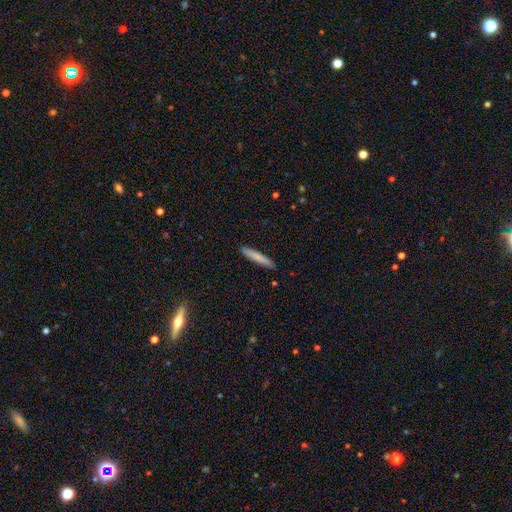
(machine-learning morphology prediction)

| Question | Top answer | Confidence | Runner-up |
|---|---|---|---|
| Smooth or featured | smooth | 74% | featured or disk (20%) |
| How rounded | cigar-shaped | 95% | in between (4%) |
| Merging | none | 91% | minor disturbance (6%) |